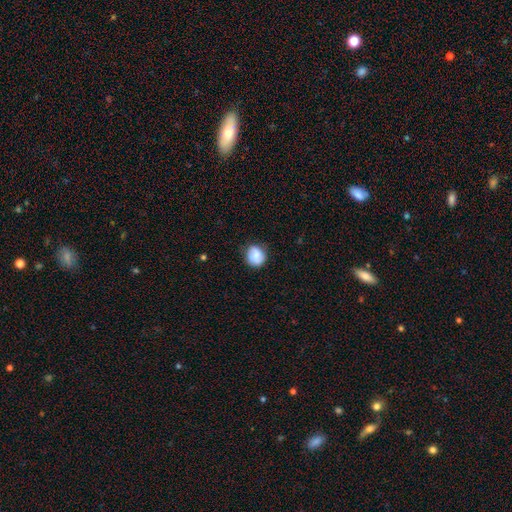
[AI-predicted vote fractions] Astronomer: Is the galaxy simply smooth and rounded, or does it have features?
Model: smooth — 75%.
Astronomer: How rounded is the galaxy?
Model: round — 78%.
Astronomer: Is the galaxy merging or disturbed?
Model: none — 75%.